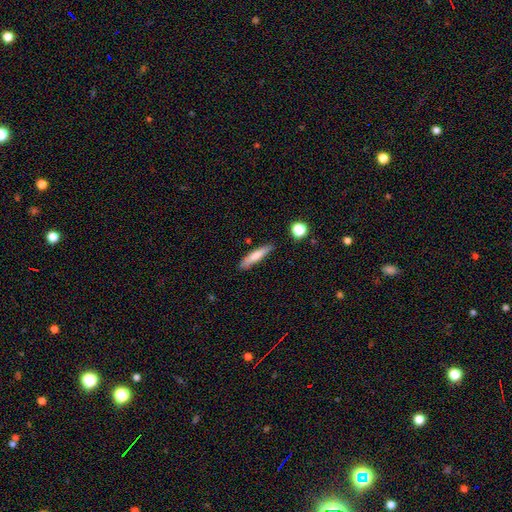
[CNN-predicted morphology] Q: Smooth or featured?
A: smooth (74%); runner-up: featured or disk (20%)
Q: How rounded?
A: cigar-shaped (86%); runner-up: in between (12%)
Q: Merging?
A: none (81%); runner-up: minor disturbance (14%)